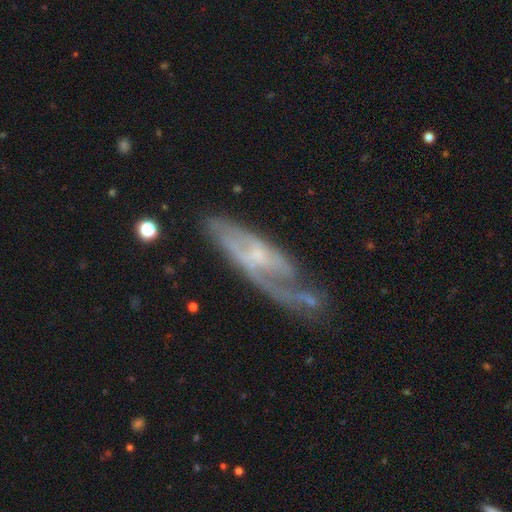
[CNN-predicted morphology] Smooth or featured?
  - featured or disk: 76% *
  - smooth: 17%
  - star or artifact: 7%
Edge-on disk?
  - no: 78% *
  - yes: 22%
Bar?
  - no: 54% *
  - weak: 37%
  - strong: 9%
Spiral arms?
  - yes: 84% *
  - no: 16%
Spiral winding?
  - medium: 43% *
  - tight: 29%
  - loose: 28%
Spiral arm count?
  - 2: 37% *
  - can't tell: 29%
  - 1: 23%
  - 3: 6%
  - 4: 2%
  - more than 4: 2%
Bulge size?
  - small: 63% *
  - moderate: 20%
  - none: 15%
  - large: 2%
  - dominant: 1%
Merging?
  - none: 51% *
  - minor disturbance: 24%
  - major disturbance: 20%
  - merger: 5%